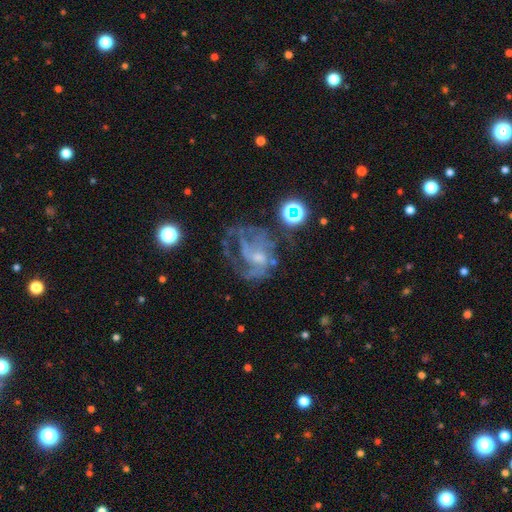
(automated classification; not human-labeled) Smooth or featured: featured or disk — 70% (star or artifact — 16%)
Edge-on disk: no — 98% (yes — 2%)
Bar: no — 62% (weak — 32%)
Spiral arms: yes — 70% (no — 30%)
Bulge size: small — 44% (moderate — 29%)
Merging: none — 39% (major disturbance — 37%)